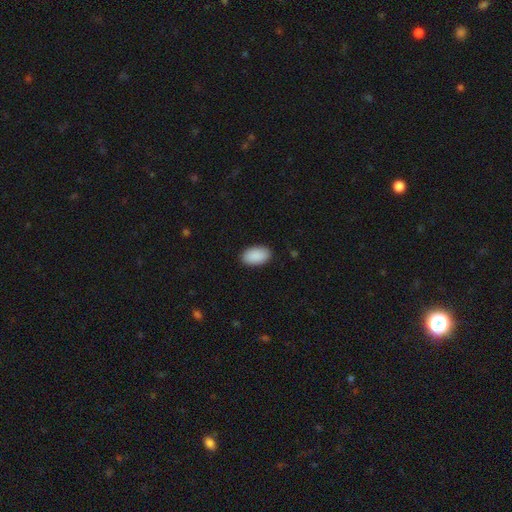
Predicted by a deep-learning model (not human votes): Smooth or featured: smooth — 91% (star or artifact — 6%)
How rounded: in between — 95% (round — 4%)
Merging: none — 89% (minor disturbance — 8%)